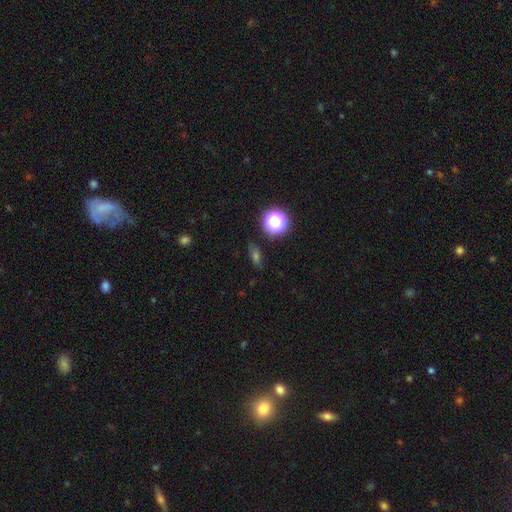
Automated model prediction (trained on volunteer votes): This is possibly a smooth galaxy (48%). Merging: clearly none (83%).